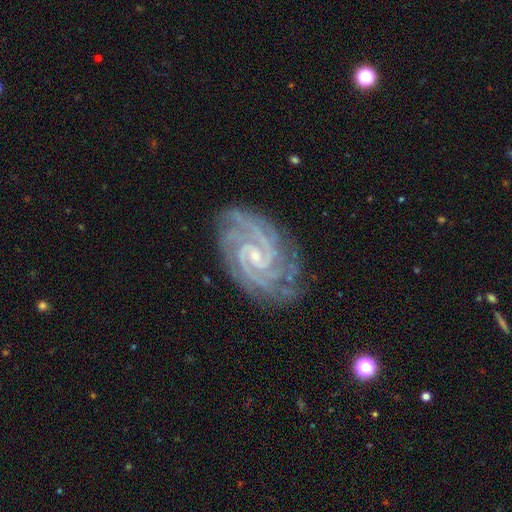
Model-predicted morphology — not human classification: A featured or disk galaxy (93%) with a weak bar (43%), 2 (32%) tight (76%) spiral arms (99%) and a small central bulge (78%). Merging: none (80%).